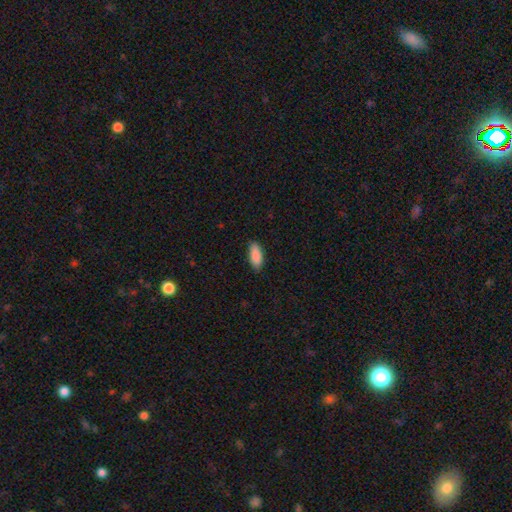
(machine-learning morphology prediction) Q: Smooth or featured?
A: smooth (90%); runner-up: star or artifact (6%)
Q: How rounded?
A: in between (81%); runner-up: cigar-shaped (17%)
Q: Merging?
A: none (88%); runner-up: minor disturbance (10%)